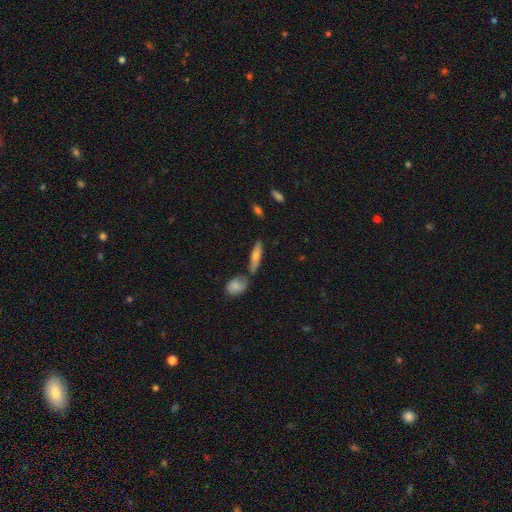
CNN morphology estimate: smooth 63%, featured or disk 30%, star or artifact 7%. Down the decision tree: how rounded — cigar-shaped (71%); merging — none (62%).